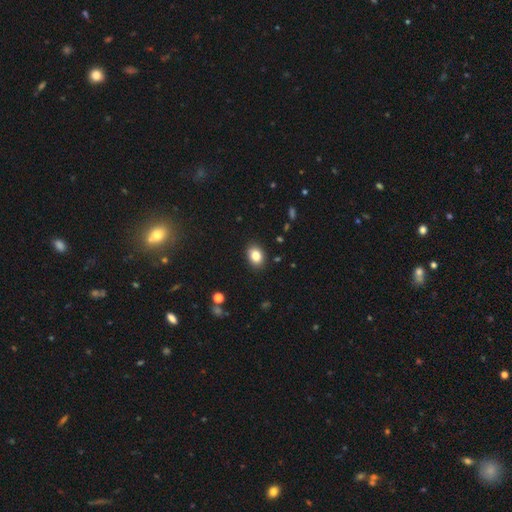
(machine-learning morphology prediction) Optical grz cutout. It shows a smooth galaxy with no disk features (84%) that is in between round and cigar-shaped (71%). Merging: none (88%).